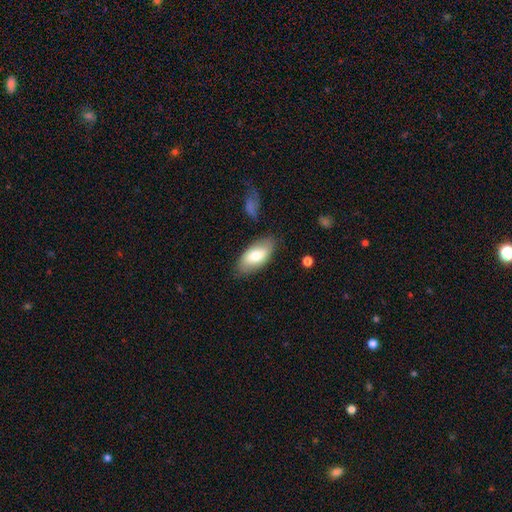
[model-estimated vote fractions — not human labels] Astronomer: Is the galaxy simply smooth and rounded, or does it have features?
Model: smooth — 71%.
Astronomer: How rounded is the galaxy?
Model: in between — 93%.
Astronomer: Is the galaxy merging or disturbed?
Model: none — 81%.